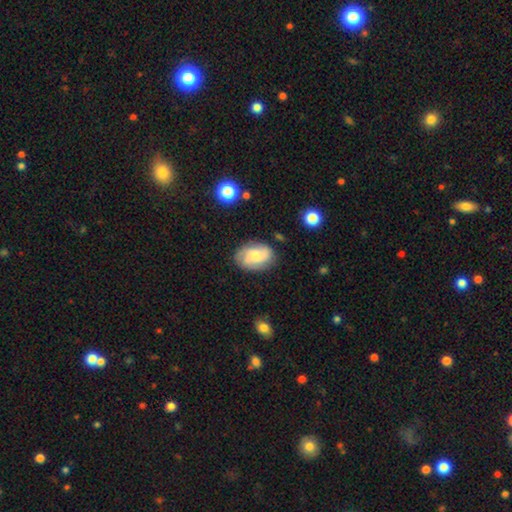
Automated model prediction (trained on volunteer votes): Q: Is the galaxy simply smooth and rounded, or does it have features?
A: featured or disk — 58%.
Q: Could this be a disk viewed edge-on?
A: no — 97%.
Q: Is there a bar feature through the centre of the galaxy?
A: no — 67%.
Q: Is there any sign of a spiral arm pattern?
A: yes — 91%.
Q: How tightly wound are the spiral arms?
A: medium — 44%.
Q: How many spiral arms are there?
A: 2 — 32%.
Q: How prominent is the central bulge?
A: small — 49%.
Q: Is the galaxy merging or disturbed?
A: none — 77%.